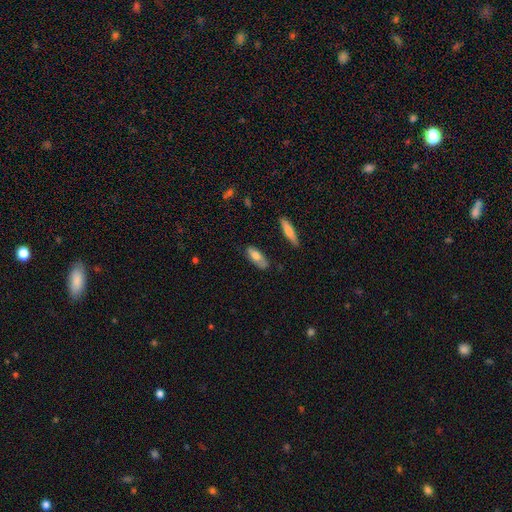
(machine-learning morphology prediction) The model was most divided on "smooth or featured": smooth: 65%, featured or disk: 28%, star or artifact: 7%. More confident: how rounded — in between (72%); merging — none (68%).